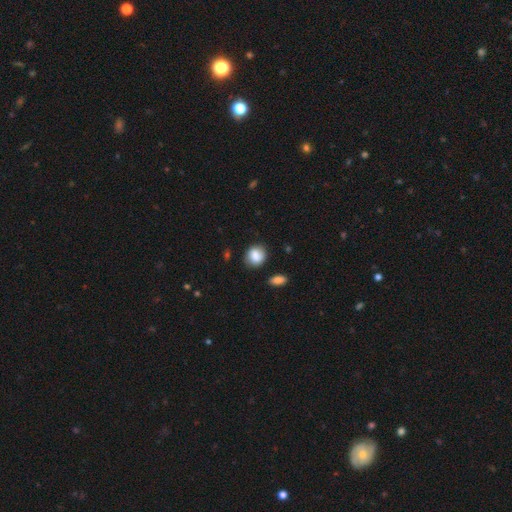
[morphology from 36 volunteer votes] Q: Smooth or featured?
A: smooth (81%); runner-up: featured or disk (14%)
Q: How rounded?
A: round (62%); runner-up: in between (38%)
Q: Merging?
A: none (74%); runner-up: minor disturbance (26%)